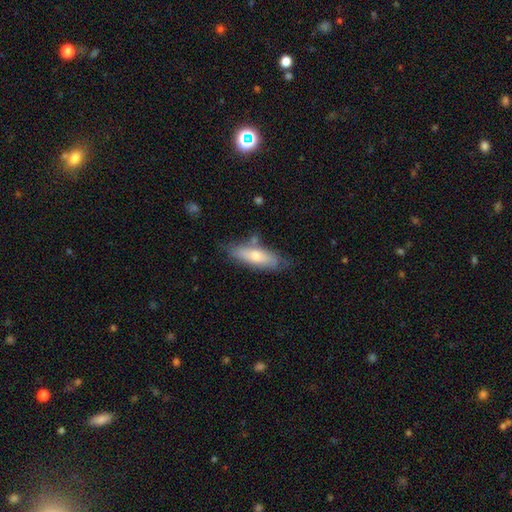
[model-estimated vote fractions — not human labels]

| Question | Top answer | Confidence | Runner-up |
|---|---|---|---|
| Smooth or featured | smooth | 65% | featured or disk (29%) |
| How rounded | in between | 51% | cigar-shaped (47%) |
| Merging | none | 69% | minor disturbance (20%) |